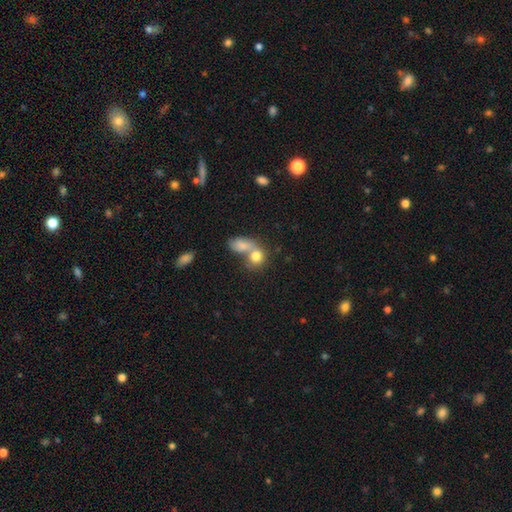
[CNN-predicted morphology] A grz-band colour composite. It shows a smooth galaxy with no disk features (79%) that is round (63%). Merging: merger (60%).